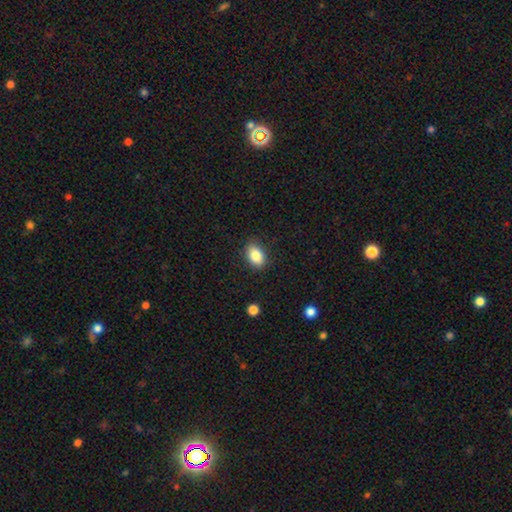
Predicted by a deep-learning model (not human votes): Q: Smooth or featured?
A: smooth (85%); runner-up: star or artifact (8%)
Q: How rounded?
A: in between (87%); runner-up: round (12%)
Q: Merging?
A: none (86%); runner-up: minor disturbance (10%)